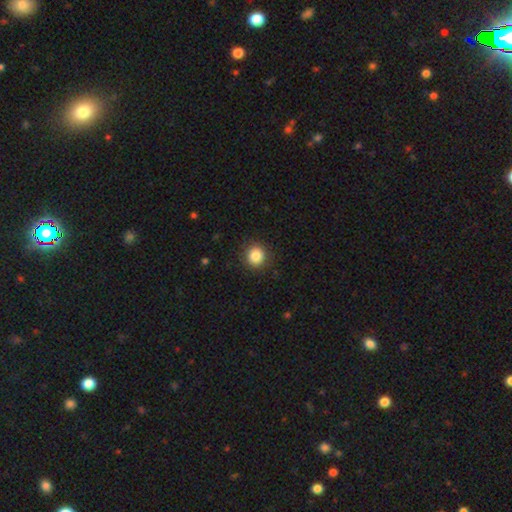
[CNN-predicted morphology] This appears to be a smooth galaxy with no disk features (85%) that is round (88%). Merging: none (89%).